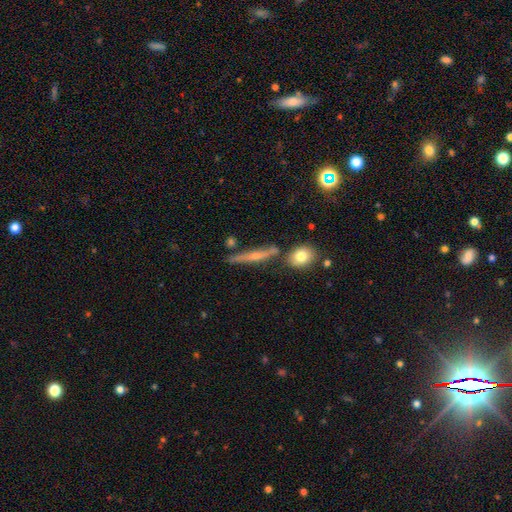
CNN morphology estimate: featured or disk 66%, smooth 24%, star or artifact 10%. Down the decision tree: edge-on disk — yes (94%); edge-on bulge — rounded (80%); merging — none (76%).